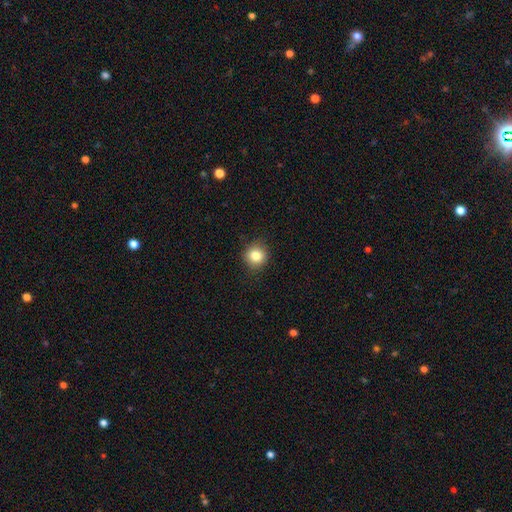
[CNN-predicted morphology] The model was most divided on "smooth or featured": smooth: 83%, star or artifact: 11%, featured or disk: 6%. More confident: how rounded — round (89%); merging — none (88%).